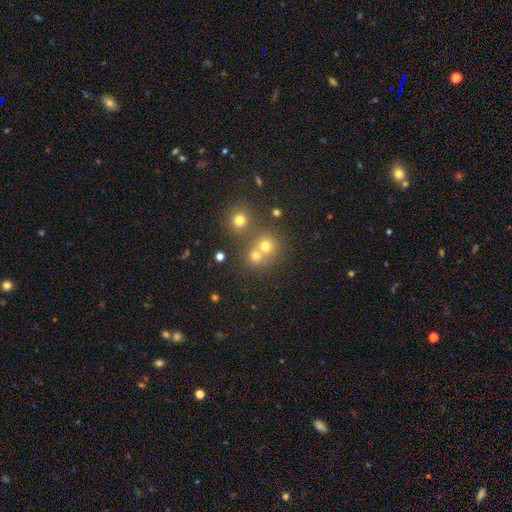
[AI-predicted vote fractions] Smooth or featured: smooth — 70% (star or artifact — 19%)
How rounded: round — 85% (in between — 14%)
Merging: none — 51% (merger — 39%)